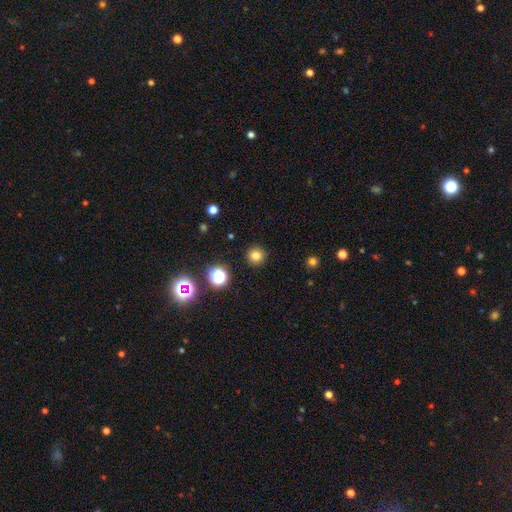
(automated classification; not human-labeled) smooth-or-featured: smooth: 78% | star or artifact: 16% | featured or disk: 6%
  how-rounded: round: 95% | in between: 4% | cigar-shaped: 1%
  merging: none: 91% | minor disturbance: 6% | major disturbance: 2% | merger: 1%